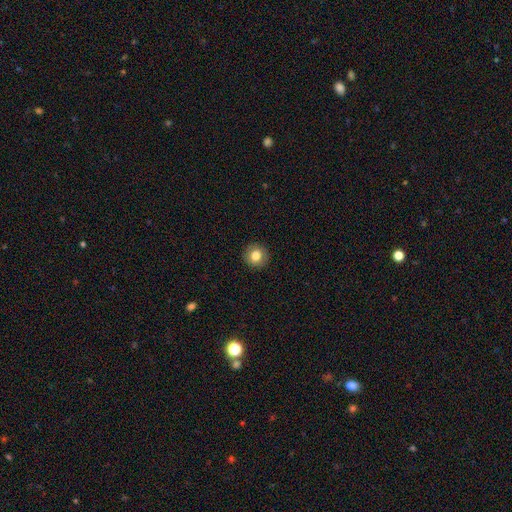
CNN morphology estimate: Smooth or featured? Predicted: smooth (p=0.81). How rounded? Predicted: round (p=0.93). Merging? Predicted: none (p=0.92).